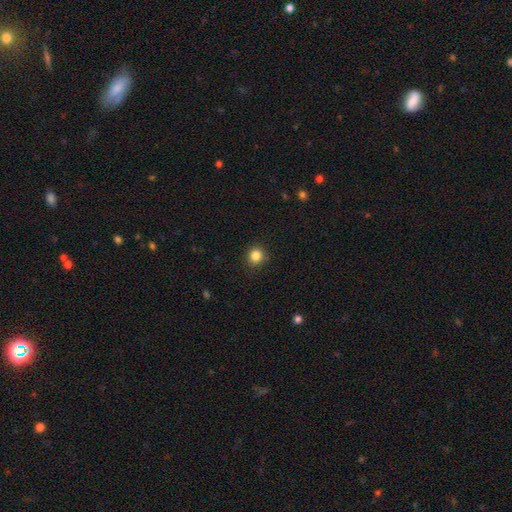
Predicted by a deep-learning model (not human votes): smooth-or-featured: smooth: 85% | star or artifact: 11% | featured or disk: 4%
  how-rounded: round: 90% | in between: 9% | cigar-shaped: 1%
  merging: none: 91% | minor disturbance: 6% | major disturbance: 2% | merger: 1%